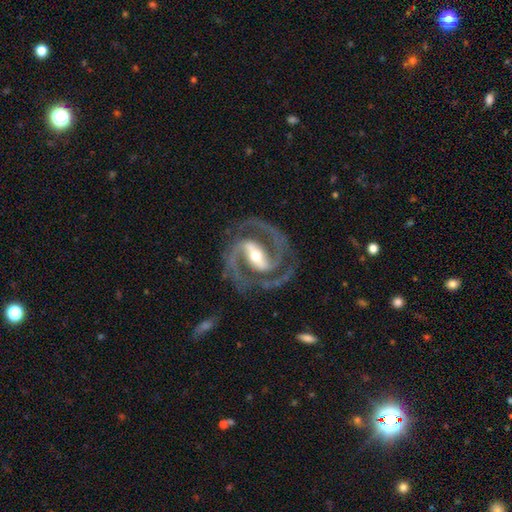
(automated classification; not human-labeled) A featured or disk galaxy (94%) with a strong bar (69%), 2 (91%) medium (61%) spiral arms (98%) and a moderate central bulge (61%). Merging: none (80%).